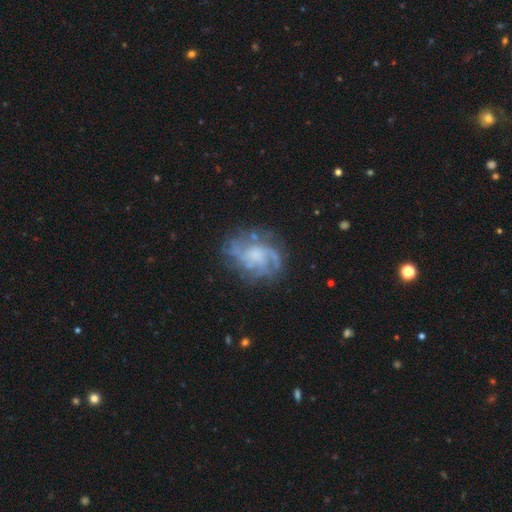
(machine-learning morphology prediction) Smooth or featured?
  - featured or disk: 76% *
  - smooth: 15%
  - star or artifact: 9%
Edge-on disk?
  - no: 97% *
  - yes: 3%
Bar?
  - no: 68% *
  - weak: 27%
  - strong: 5%
Spiral arms?
  - yes: 84% *
  - no: 16%
Spiral winding?
  - medium: 41% *
  - tight: 33%
  - loose: 26%
Spiral arm count?
  - can't tell: 38% *
  - 2: 20%
  - 3: 20%
  - 4: 9%
  - 1: 7%
  - more than 4: 6%
Bulge size?
  - moderate: 32% *
  - none: 31%
  - small: 26%
  - large: 10%
  - dominant: 2%
Merging?
  - none: 64% *
  - minor disturbance: 19%
  - major disturbance: 15%
  - merger: 3%